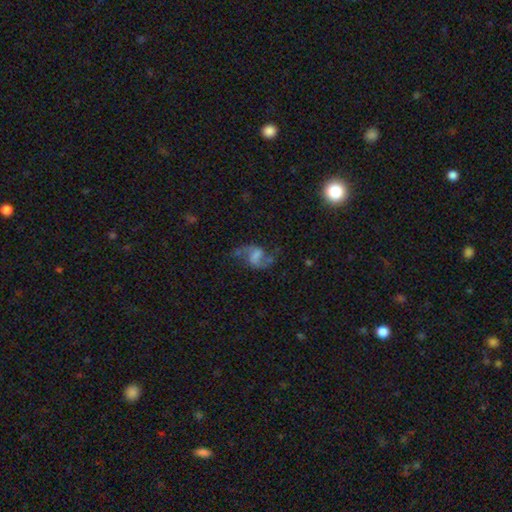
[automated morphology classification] Overall: featured or disk (79%). Edge-on disk: no (98%). Bar: weak (50%; no 26%). Spiral arms: yes (94%). Spiral arm count: 2 (92%). Spiral winding: loose (65%; medium 30%). Bulge size: none (47%; small 22%). Merging: none (67%).